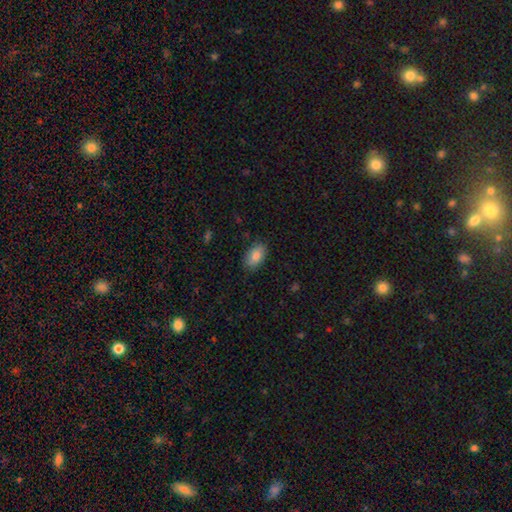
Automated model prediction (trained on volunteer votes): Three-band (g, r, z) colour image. It shows a smooth galaxy with no disk features (87%) that is in between round and cigar-shaped (93%). Merging: none (84%).